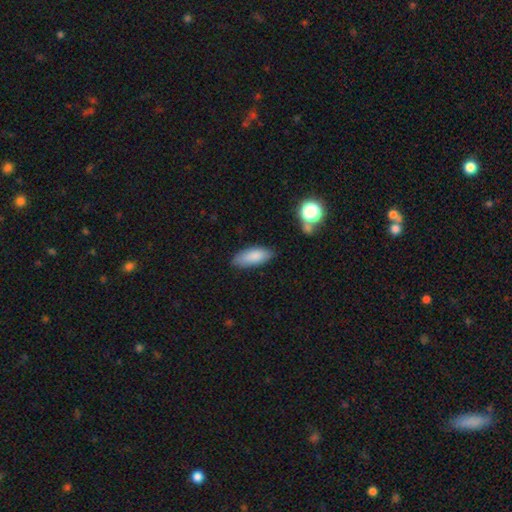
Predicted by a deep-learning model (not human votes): smooth 85%, featured or disk 8%, star or artifact 7%. Down the decision tree: how rounded — in between (77%); merging — none (81%).